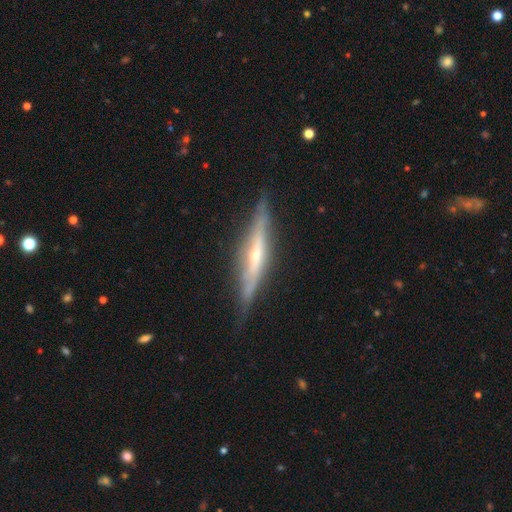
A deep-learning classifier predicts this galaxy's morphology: A featured or disk galaxy (77%) viewed edge-on (94%) with a rounded central bulge (65%).

Vote fractions:
- Smooth or featured? featured or disk: 77% / smooth: 17% / star or artifact: 6%
- Edge-on disk? yes: 94% / no: 6%
- Edge-on bulge? rounded: 65% / none: 26% / boxy: 9%
- Merging? none: 82% / minor disturbance: 14% / major disturbance: 3% / merger: 1%